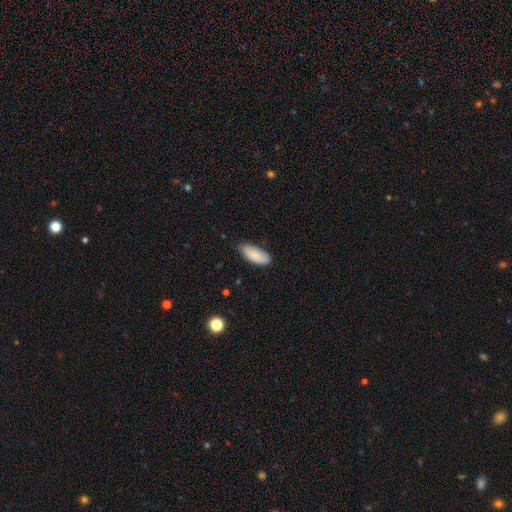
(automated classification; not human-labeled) Q: Smooth or featured?
A: smooth (87%); runner-up: featured or disk (7%)
Q: How rounded?
A: in between (82%); runner-up: cigar-shaped (16%)
Q: Merging?
A: none (76%); runner-up: minor disturbance (20%)